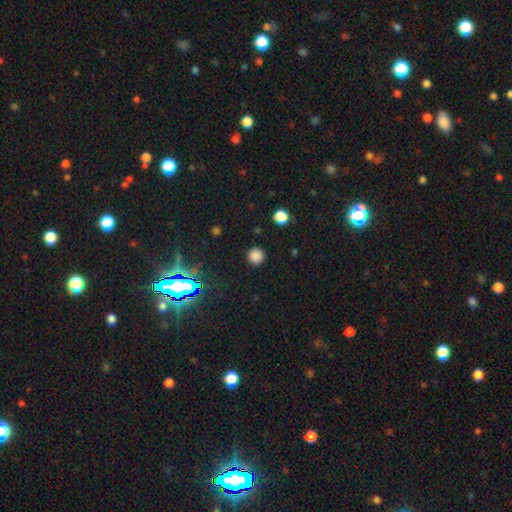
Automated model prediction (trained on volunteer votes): A smooth galaxy with no disk features (80%) that is round (94%).

Vote fractions:
- Smooth or featured? smooth: 80% / star or artifact: 17% / featured or disk: 4%
- How rounded? round: 94% / in between: 5% / cigar-shaped: 1%
- Merging? none: 90% / minor disturbance: 6% / major disturbance: 2% / merger: 1%